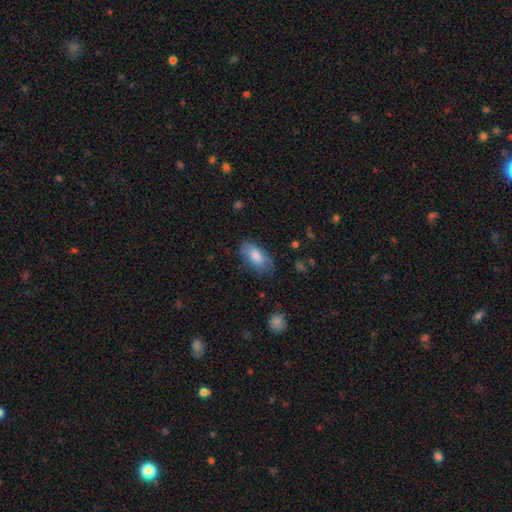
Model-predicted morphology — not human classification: Smooth or featured? Predicted: smooth (p=0.81). How rounded? Predicted: in between (p=0.89). Merging? Predicted: none (p=0.75).